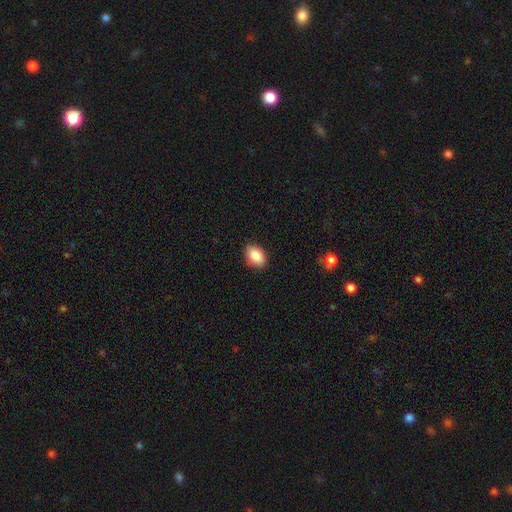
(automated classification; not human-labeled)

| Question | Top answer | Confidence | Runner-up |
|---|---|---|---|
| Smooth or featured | smooth | 89% | star or artifact (7%) |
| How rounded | in between | 86% | round (13%) |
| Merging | none | 85% | minor disturbance (12%) |